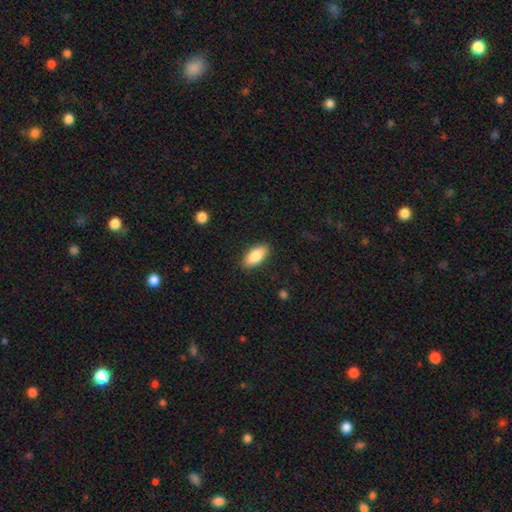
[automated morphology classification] Smooth or featured? Predicted: smooth (p=0.85). How rounded? Predicted: in between (p=0.89). Merging? Predicted: none (p=0.87).